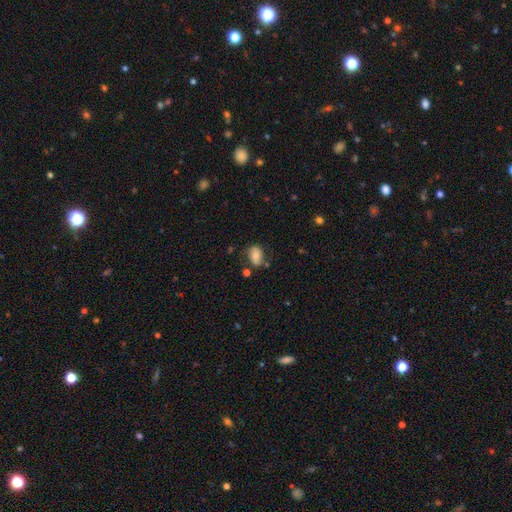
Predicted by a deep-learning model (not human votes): Smooth or featured? smooth (71%)
How rounded? in between (77%)
Merging? none (65%)